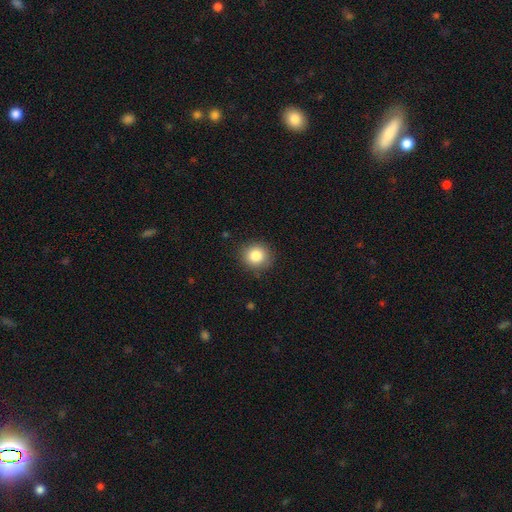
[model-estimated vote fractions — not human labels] Smooth or featured? Predicted: smooth (p=0.84). How rounded? Predicted: round (p=0.86). Merging? Predicted: none (p=0.87).